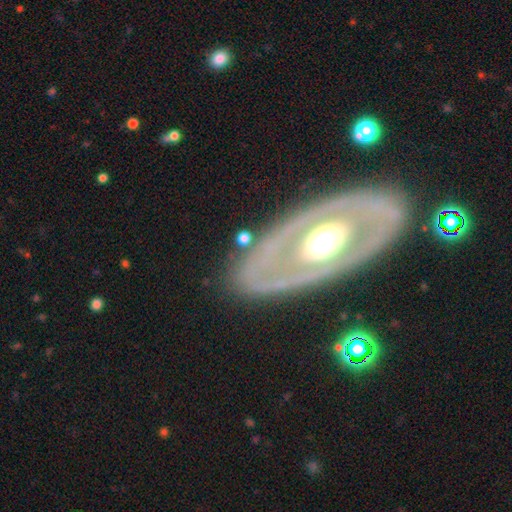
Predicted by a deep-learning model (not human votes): smooth_or_featured: featured or disk (p=0.74) [alt: smooth p=0.21]
disk_edge_on: no (p=0.86) [alt: yes p=0.14]
bar: no (p=0.83) [alt: weak p=0.10]
has_spiral_arms: no (p=0.76) [alt: yes p=0.24]
bulge_size: moderate (p=0.57) [alt: large p=0.34]
merging: none (p=0.82) [alt: minor disturbance p=0.11]